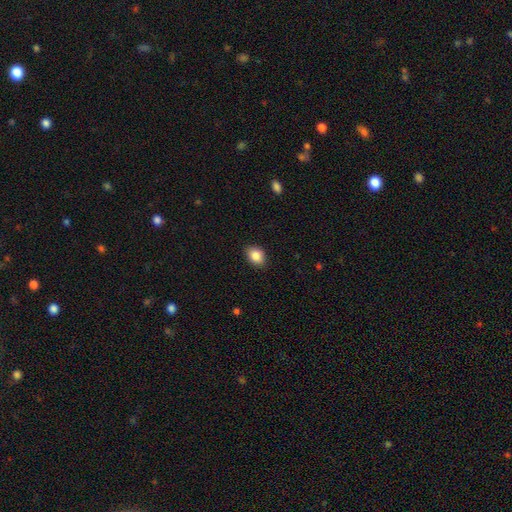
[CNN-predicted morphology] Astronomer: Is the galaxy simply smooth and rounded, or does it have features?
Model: smooth — 86%.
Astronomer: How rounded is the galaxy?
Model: in between — 68%.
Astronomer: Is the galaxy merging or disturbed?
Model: none — 86%.